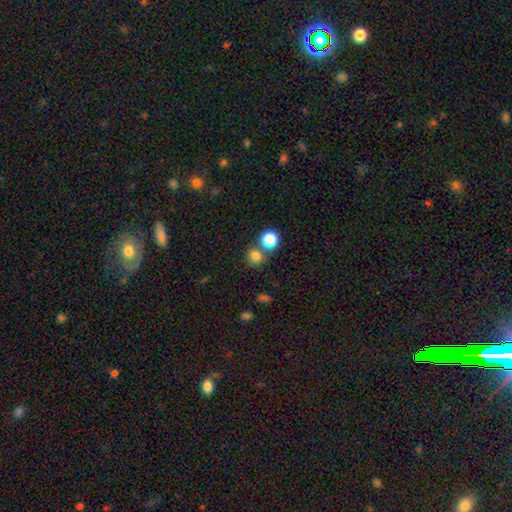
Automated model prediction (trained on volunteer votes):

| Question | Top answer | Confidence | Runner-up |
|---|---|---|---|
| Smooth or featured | smooth | 80% | star or artifact (14%) |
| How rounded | round | 85% | in between (14%) |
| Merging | none | 62% | merger (27%) |